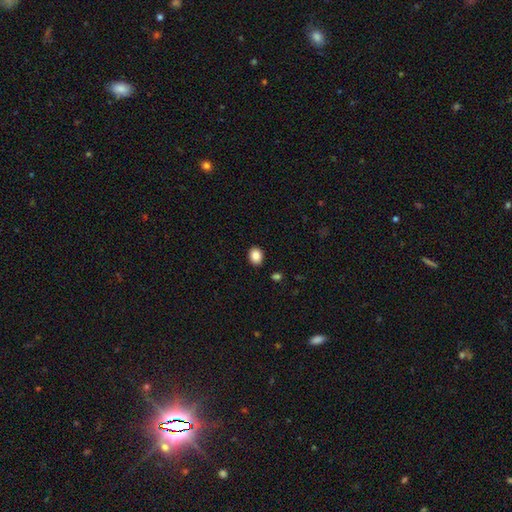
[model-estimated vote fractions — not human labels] Q: Smooth or featured?
A: smooth (88%); runner-up: star or artifact (9%)
Q: How rounded?
A: in between (55%); runner-up: round (44%)
Q: Merging?
A: none (89%); runner-up: minor disturbance (8%)